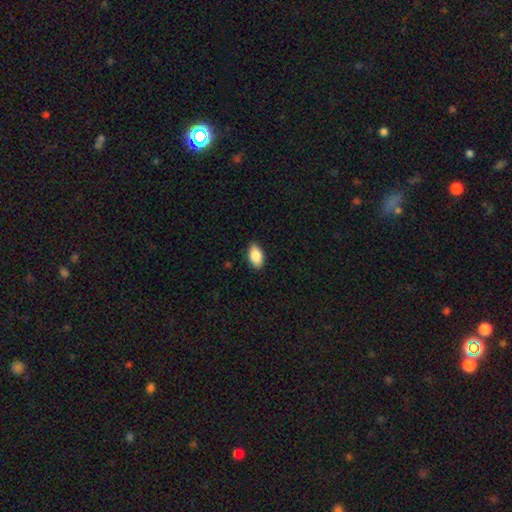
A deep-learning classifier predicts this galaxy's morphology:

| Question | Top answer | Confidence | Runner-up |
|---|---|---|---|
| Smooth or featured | smooth | 86% | star or artifact (7%) |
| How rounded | in between | 93% | round (5%) |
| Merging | none | 87% | minor disturbance (10%) |